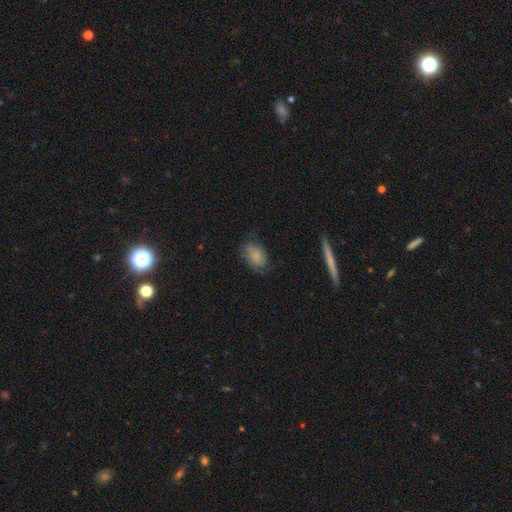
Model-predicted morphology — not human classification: Smooth or featured? Predicted: smooth (p=0.71). How rounded? Predicted: in between (p=0.84). Merging? Predicted: none (p=0.63).